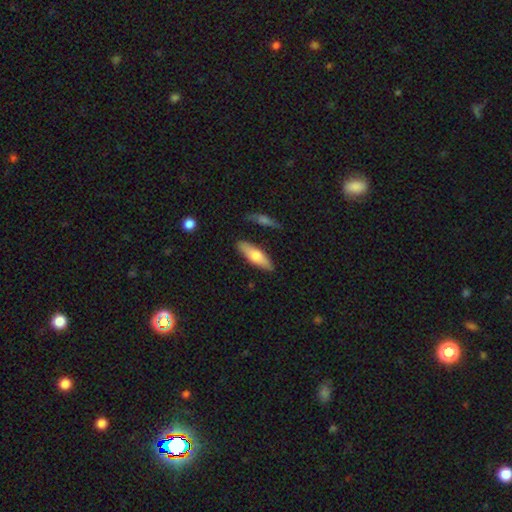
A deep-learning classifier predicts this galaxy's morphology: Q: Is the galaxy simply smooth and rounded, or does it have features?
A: smooth — 62%.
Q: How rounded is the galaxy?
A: cigar-shaped — 52%.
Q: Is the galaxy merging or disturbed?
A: none — 84%.